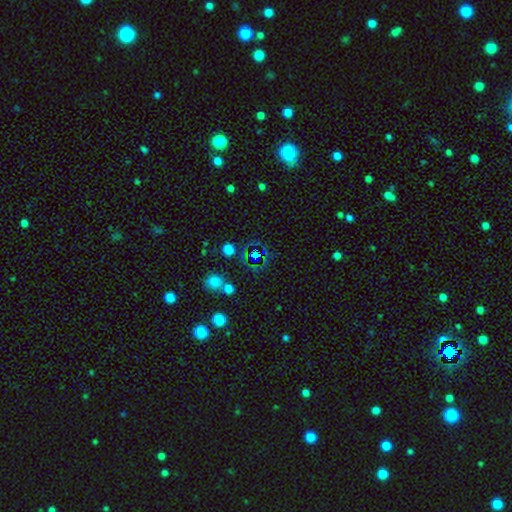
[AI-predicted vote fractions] Smooth or featured? star or artifact (53%)